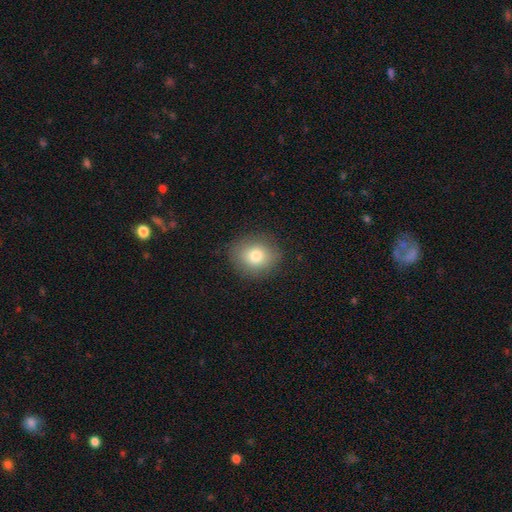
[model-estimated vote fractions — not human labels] The model was most divided on "how rounded": round: 74%, in between: 25%, cigar-shaped: 1%. More confident: merging — none (87%); smooth or featured — smooth (78%).